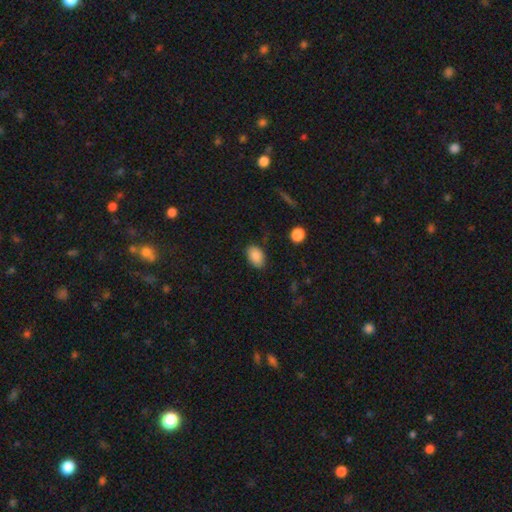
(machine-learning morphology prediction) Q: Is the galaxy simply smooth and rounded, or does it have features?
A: smooth — 87%.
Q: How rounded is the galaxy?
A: in between — 86%.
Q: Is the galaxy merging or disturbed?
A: none — 84%.